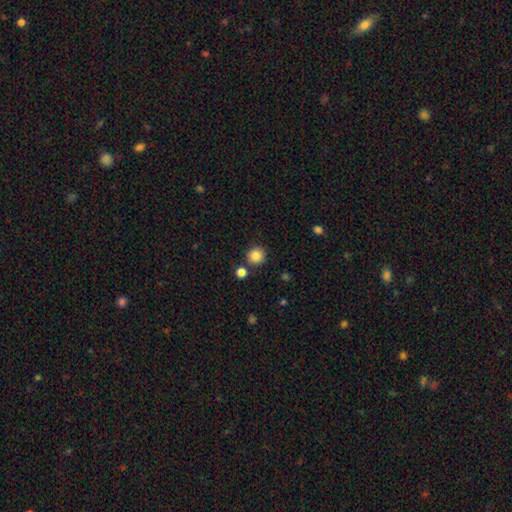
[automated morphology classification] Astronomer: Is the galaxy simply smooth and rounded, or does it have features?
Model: smooth — 85%.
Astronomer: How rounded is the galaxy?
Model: round — 93%.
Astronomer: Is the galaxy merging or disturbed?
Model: none — 84%.